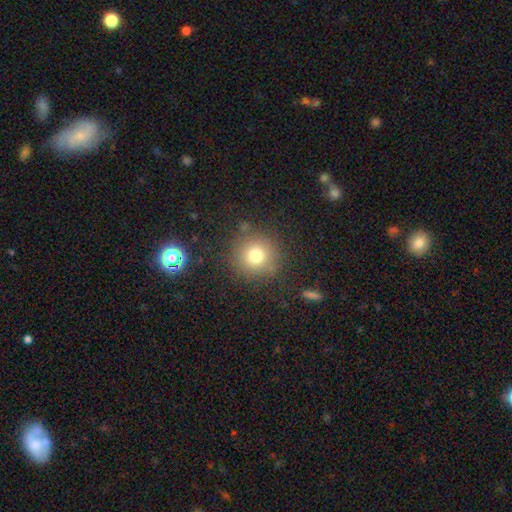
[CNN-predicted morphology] This is likely a smooth galaxy (74%). How rounded: clearly round (94%). Merging: clearly none (83%).